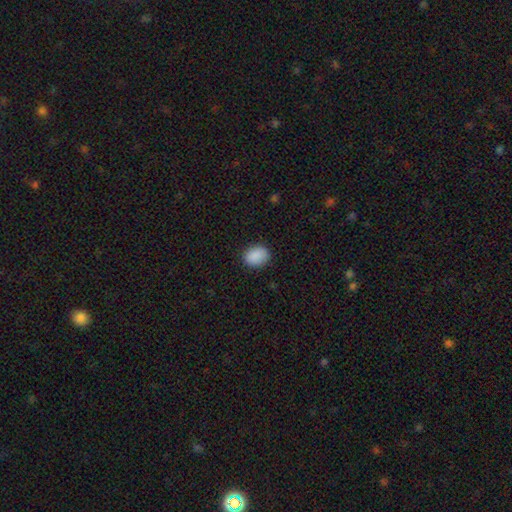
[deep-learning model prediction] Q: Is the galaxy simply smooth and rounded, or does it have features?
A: smooth — 89%.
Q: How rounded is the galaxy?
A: in between — 63%.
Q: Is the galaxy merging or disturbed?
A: none — 86%.